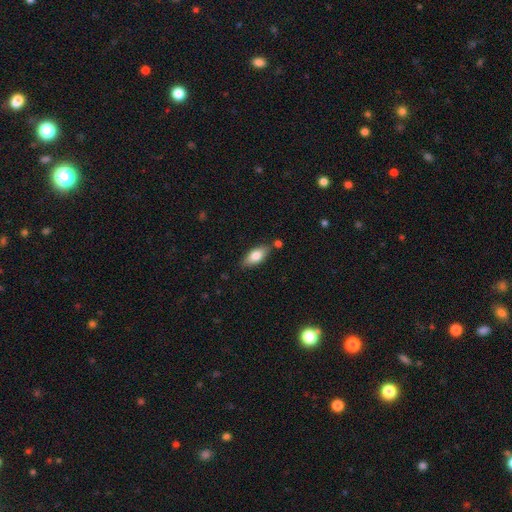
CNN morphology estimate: smooth-or-featured: smooth: 78% | featured or disk: 15% | star or artifact: 7%
  how-rounded: in between: 86% | cigar-shaped: 11% | round: 3%
  merging: none: 76% | minor disturbance: 14% | merger: 7% | major disturbance: 3%